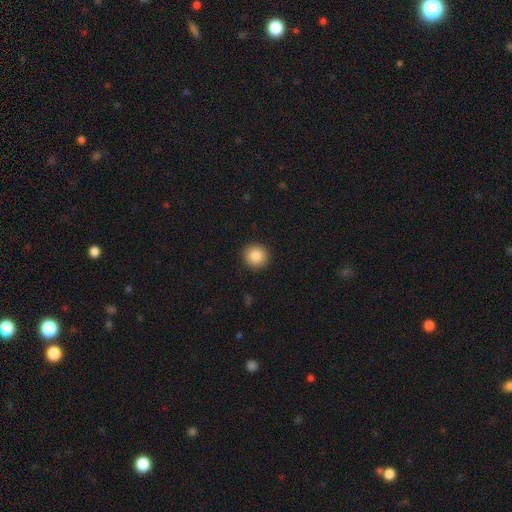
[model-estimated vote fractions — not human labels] This is clearly a smooth galaxy (87%). How rounded: clearly round (95%). Merging: clearly none (93%).